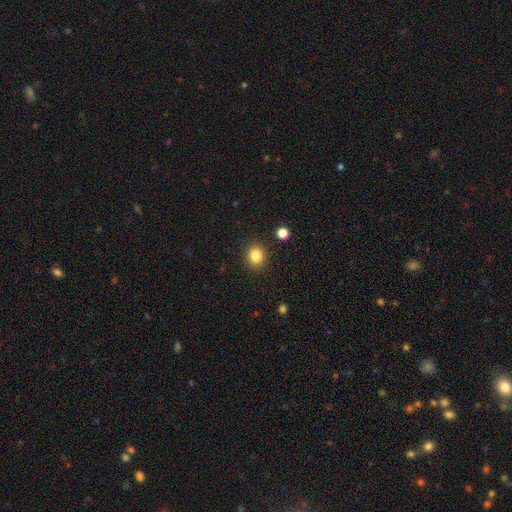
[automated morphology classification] Overall: smooth (84%). How rounded: round (70%). Merging: none (88%).